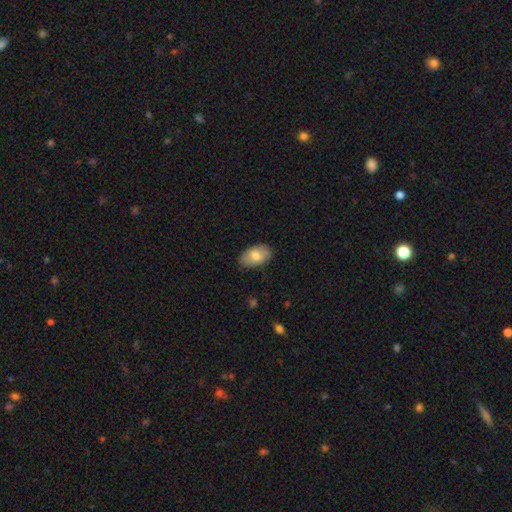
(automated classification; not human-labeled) Smooth or featured: smooth — 74% (featured or disk — 19%)
How rounded: in between — 93% (round — 5%)
Merging: none — 83% (minor disturbance — 14%)